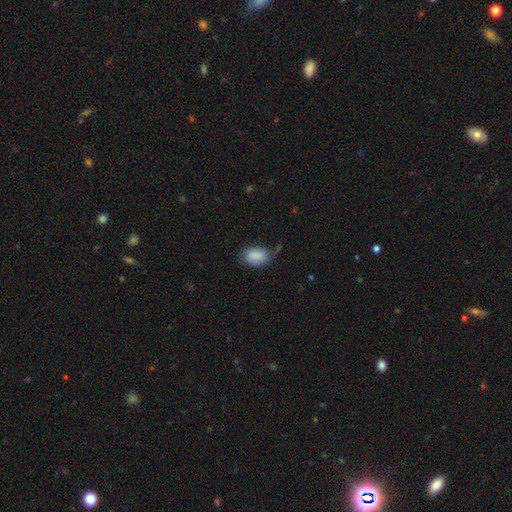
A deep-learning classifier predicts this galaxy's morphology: Smooth or featured?
  - smooth: 87% *
  - star or artifact: 7%
  - featured or disk: 6%
How rounded?
  - in between: 88% *
  - round: 10%
  - cigar-shaped: 1%
Merging?
  - none: 64% *
  - minor disturbance: 26%
  - major disturbance: 7%
  - merger: 3%